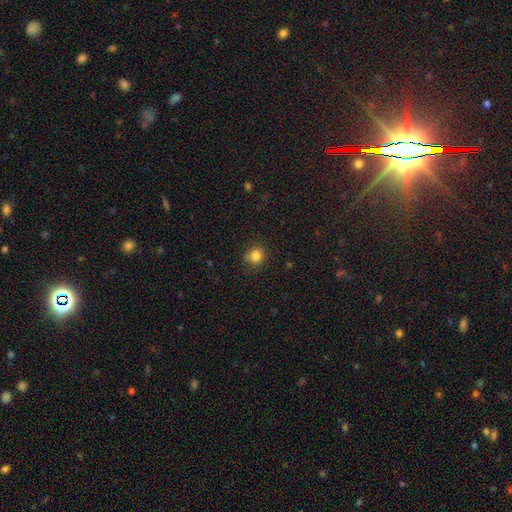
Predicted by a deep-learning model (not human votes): Q: Smooth or featured?
A: smooth (84%); runner-up: star or artifact (12%)
Q: How rounded?
A: round (86%); runner-up: in between (13%)
Q: Merging?
A: none (81%); runner-up: minor disturbance (14%)